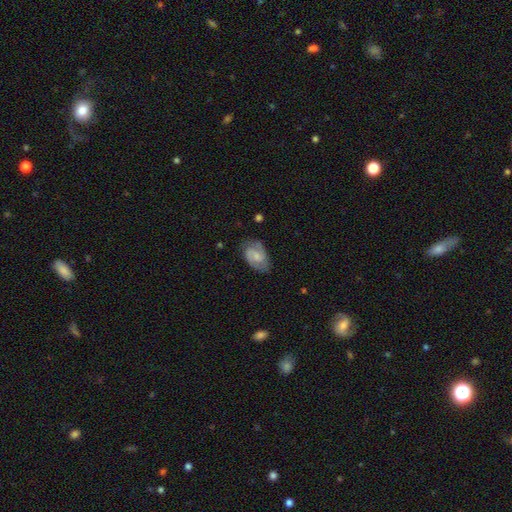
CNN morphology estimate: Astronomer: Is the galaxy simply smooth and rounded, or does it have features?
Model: featured or disk — 70%.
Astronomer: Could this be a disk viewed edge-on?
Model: no — 97%.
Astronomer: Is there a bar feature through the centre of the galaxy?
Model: weak — 48% (runner-up: no, 42%).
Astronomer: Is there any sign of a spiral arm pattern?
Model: yes — 93%.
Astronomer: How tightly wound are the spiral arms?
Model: medium — 49% (runner-up: tight, 34%).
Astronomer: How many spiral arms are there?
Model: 2 — 85%.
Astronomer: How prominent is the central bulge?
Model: small — 44% (runner-up: moderate, 31%).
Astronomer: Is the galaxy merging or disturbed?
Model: none — 73%.